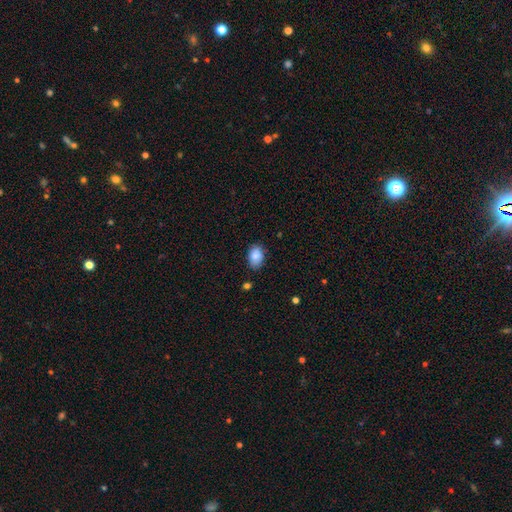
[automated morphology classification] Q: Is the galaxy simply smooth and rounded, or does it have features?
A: smooth — 85%.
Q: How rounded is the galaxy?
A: in between — 86%.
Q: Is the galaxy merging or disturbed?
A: none — 80%.